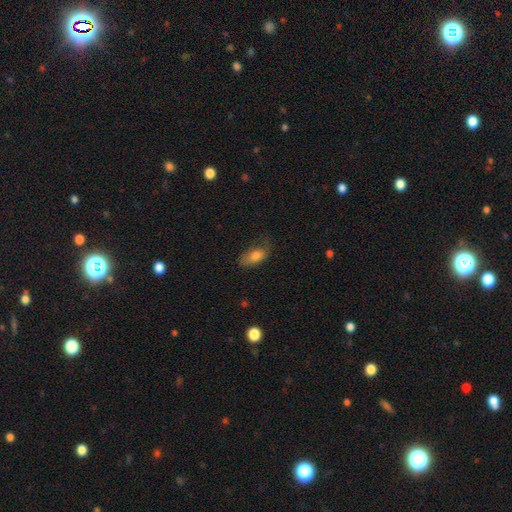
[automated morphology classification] Overall: smooth (77%). How rounded: in between (86%). Merging: none (54%; minor disturbance 31%).